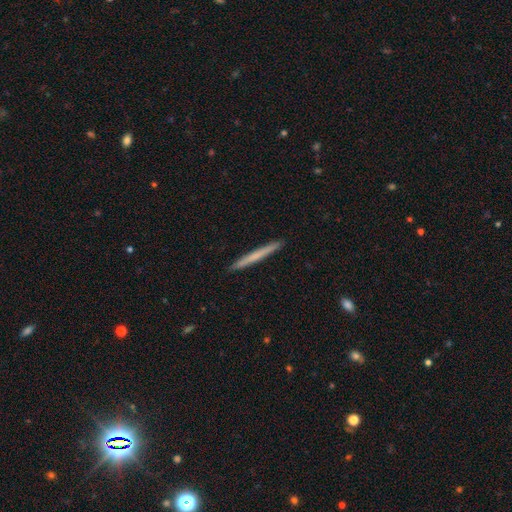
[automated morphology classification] Smooth or featured? smooth (58%)
How rounded? cigar-shaped (97%)
Merging? none (93%)